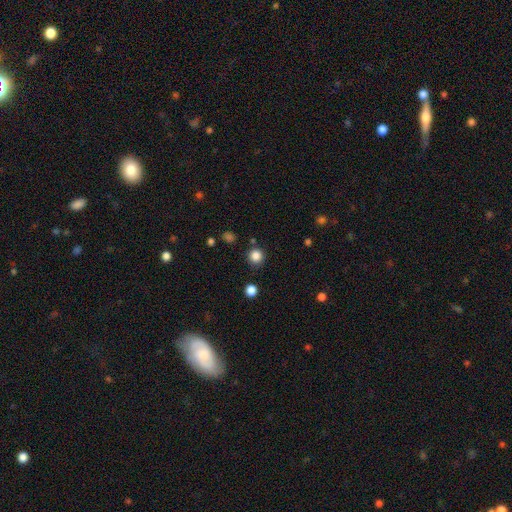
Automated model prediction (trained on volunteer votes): Morphology: type=smooth (84%); roundness=round (94%); merging=none (88%).